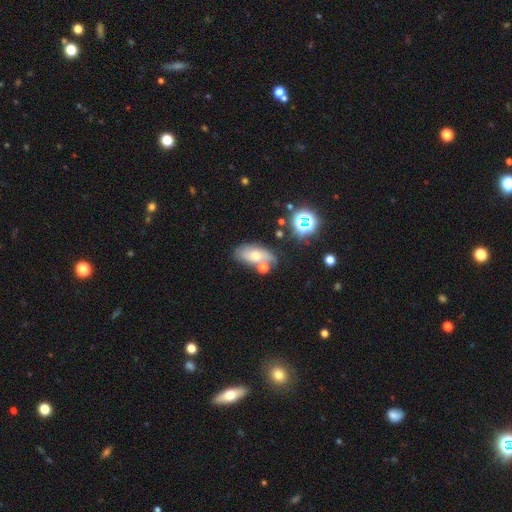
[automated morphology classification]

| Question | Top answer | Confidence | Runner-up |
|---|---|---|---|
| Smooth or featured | smooth | 58% | featured or disk (27%) |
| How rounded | in between | 87% | round (8%) |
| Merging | none | 53% | minor disturbance (20%) |